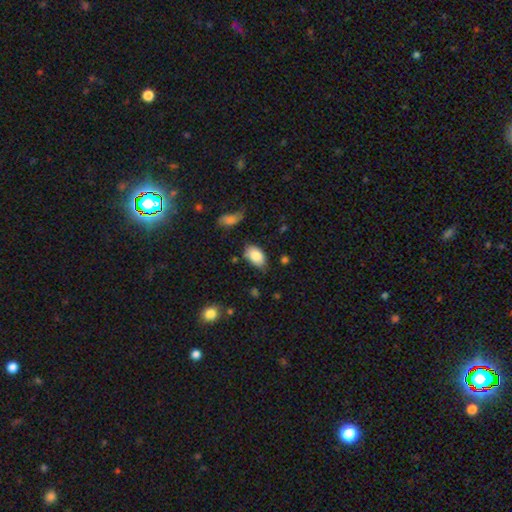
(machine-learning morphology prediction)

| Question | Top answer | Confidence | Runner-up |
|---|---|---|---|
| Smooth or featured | smooth | 85% | featured or disk (8%) |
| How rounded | in between | 92% | round (6%) |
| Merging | none | 63% | minor disturbance (29%) |